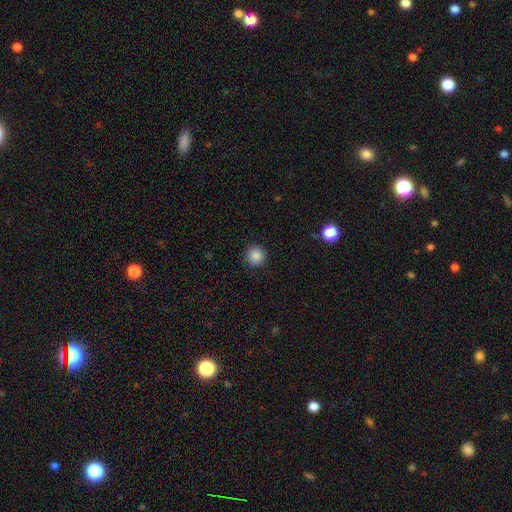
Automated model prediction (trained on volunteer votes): Smooth or featured? smooth (87%)
How rounded? round (95%)
Merging? none (92%)